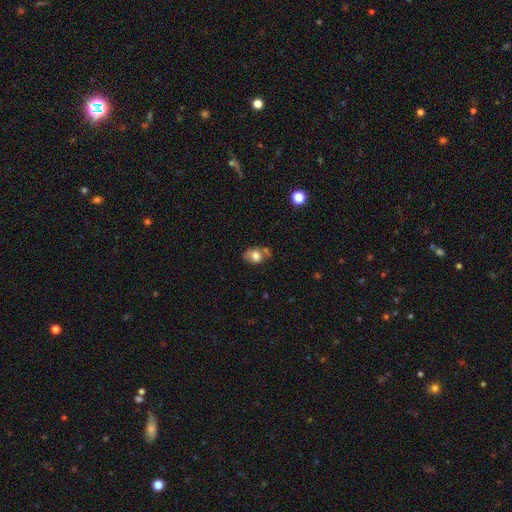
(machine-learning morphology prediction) Smooth or featured?
  - smooth: 67% *
  - featured or disk: 23%
  - star or artifact: 10%
How rounded?
  - in between: 65% *
  - round: 34%
  - cigar-shaped: 1%
Merging?
  - none: 39% *
  - minor disturbance: 27%
  - merger: 22%
  - major disturbance: 13%